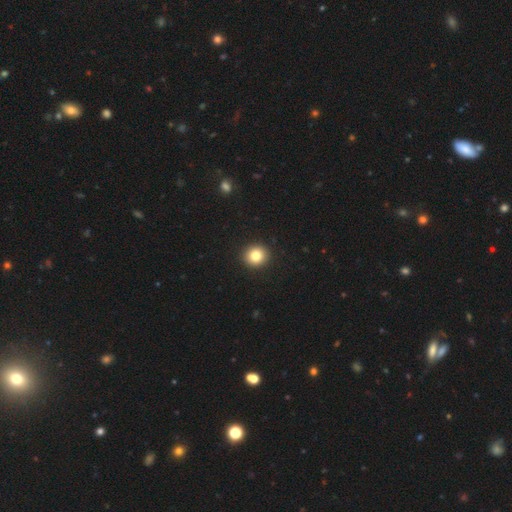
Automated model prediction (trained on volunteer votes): A smooth galaxy with no disk features (83%) that is round (88%). Merging: none (93%).